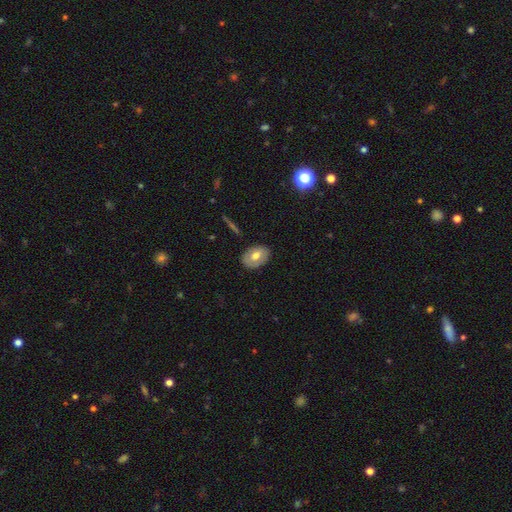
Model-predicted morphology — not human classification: type=smooth (62%); roundness=in between (75%); merging=none (85%).